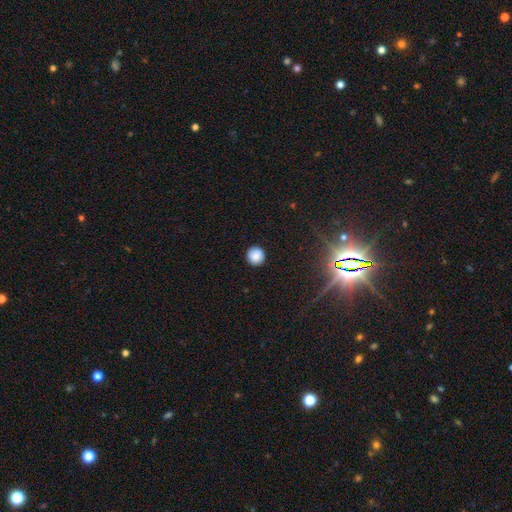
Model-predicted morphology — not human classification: Smooth or featured: smooth — 85% (star or artifact — 10%)
How rounded: round — 95% (in between — 4%)
Merging: none — 91% (minor disturbance — 6%)